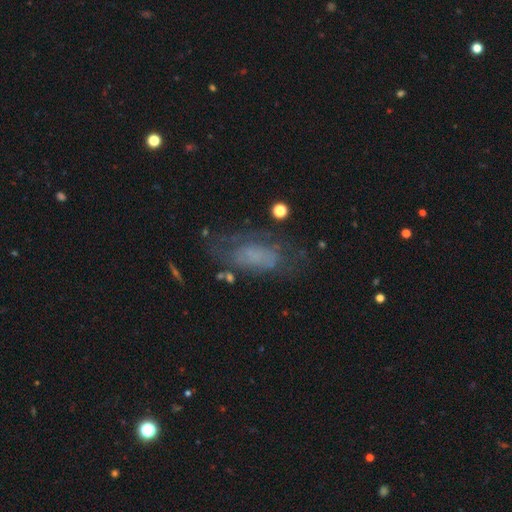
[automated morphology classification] This appears to be a featured or disk galaxy (45%). Merging: none (54%).